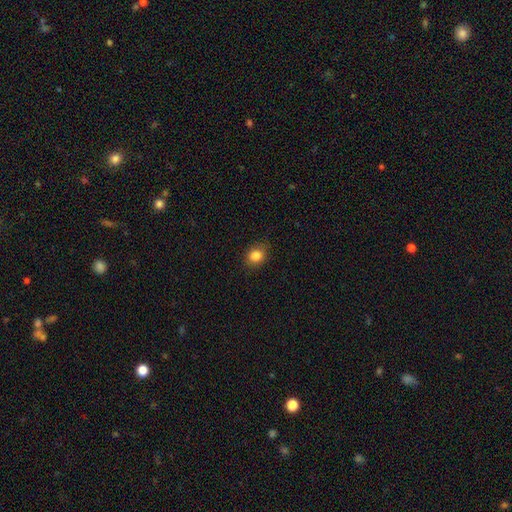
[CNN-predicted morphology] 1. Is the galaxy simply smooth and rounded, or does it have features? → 84% smooth, 11% star or artifact, 5% featured or disk.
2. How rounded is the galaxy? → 60% round, 39% in between, 1% cigar-shaped.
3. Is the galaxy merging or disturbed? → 85% none, 12% minor disturbance, 3% major disturbance, 1% merger.